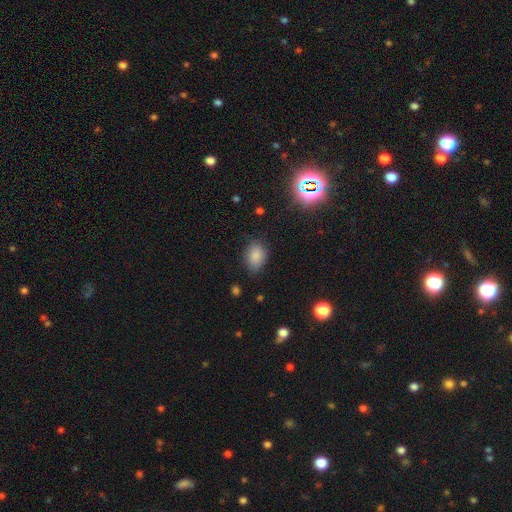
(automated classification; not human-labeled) Smooth or featured: smooth — 83% (star or artifact — 11%)
How rounded: in between — 80% (round — 19%)
Merging: none — 75% (minor disturbance — 19%)